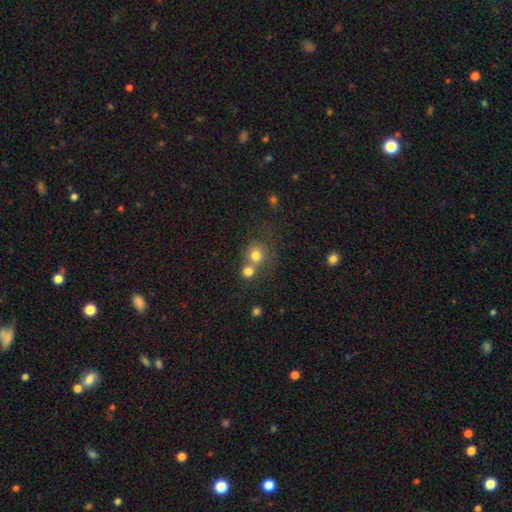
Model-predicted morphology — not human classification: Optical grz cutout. It shows a smooth galaxy with no disk features (76%) that is round (84%). Merging: merger (47%).